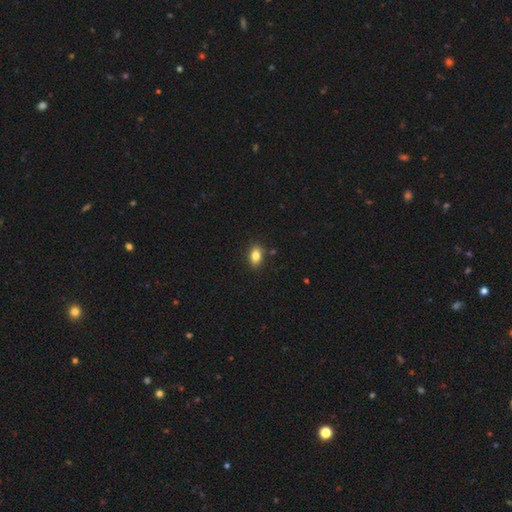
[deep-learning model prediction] A smooth galaxy with no disk features (82%) that is in between round and cigar-shaped (85%).

Vote fractions:
- Smooth or featured? smooth: 82% / featured or disk: 9% / star or artifact: 9%
- How rounded? in between: 85% / round: 11% / cigar-shaped: 3%
- Merging? none: 85% / minor disturbance: 10% / merger: 3% / major disturbance: 2%